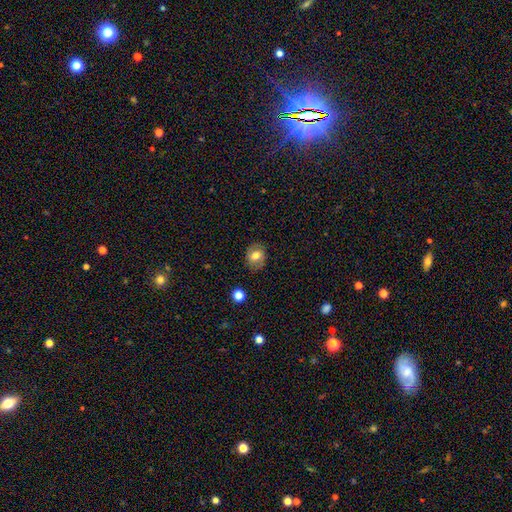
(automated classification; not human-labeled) Morphology: type=smooth (65%); roundness=round (55%); merging=none (82%).